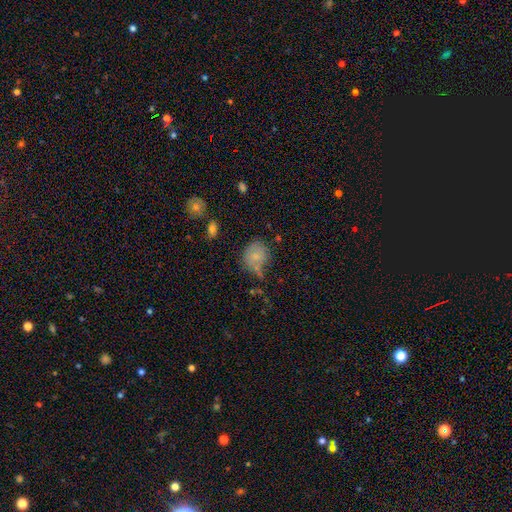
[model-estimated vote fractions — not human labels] Smooth or featured? Predicted: smooth (p=0.75). How rounded? Predicted: round (p=0.67). Merging? Predicted: none (p=0.55).